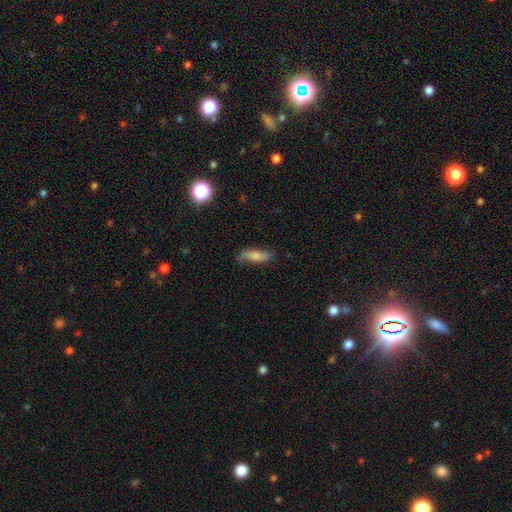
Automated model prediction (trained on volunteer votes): This appears to be a smooth galaxy with no disk features (63%) that is in between round and cigar-shaped (51%). Merging: none (63%).